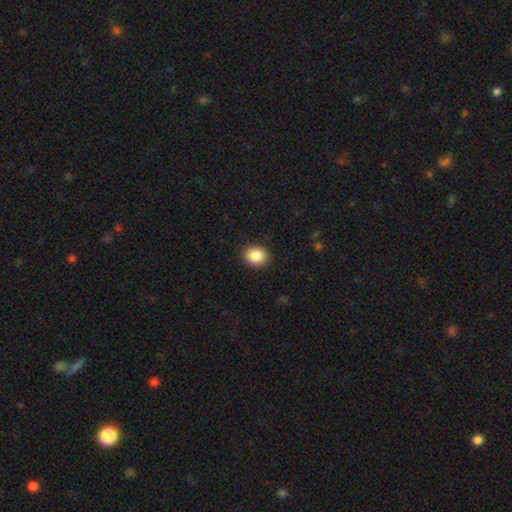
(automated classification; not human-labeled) A smooth galaxy with no disk features (88%) that is round (61%).

Vote fractions:
- Smooth or featured? smooth: 88% / star or artifact: 8% / featured or disk: 4%
- How rounded? round: 61% / in between: 38% / cigar-shaped: 1%
- Merging? none: 90% / minor disturbance: 7% / major disturbance: 2% / merger: 1%